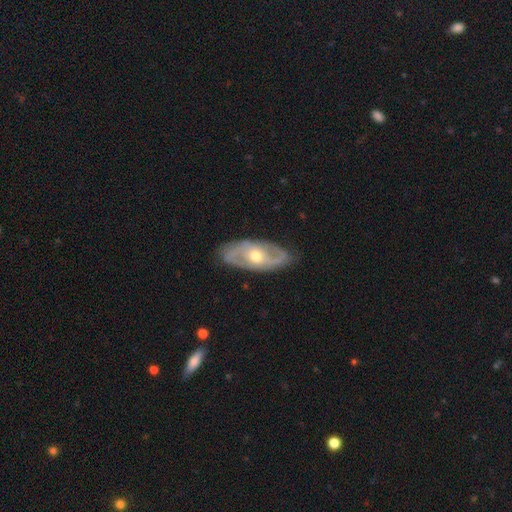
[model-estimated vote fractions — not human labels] featured or disk 78%, smooth 16%, star or artifact 6%. Down the decision tree: edge-on disk — no (89%); bar — no (69%); spiral arms — yes (80%); spiral arm count — 2 (67%); spiral winding — tight (53%); bulge size — moderate (68%); merging — none (85%).